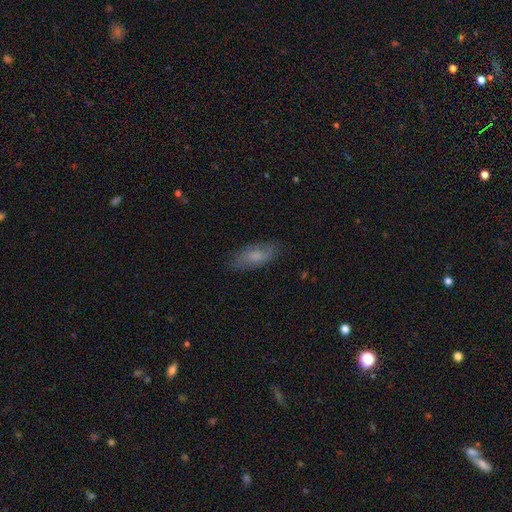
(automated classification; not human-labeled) Q: Smooth or featured?
A: smooth (64%); runner-up: featured or disk (29%)
Q: How rounded?
A: in between (75%); runner-up: cigar-shaped (22%)
Q: Merging?
A: none (78%); runner-up: minor disturbance (16%)